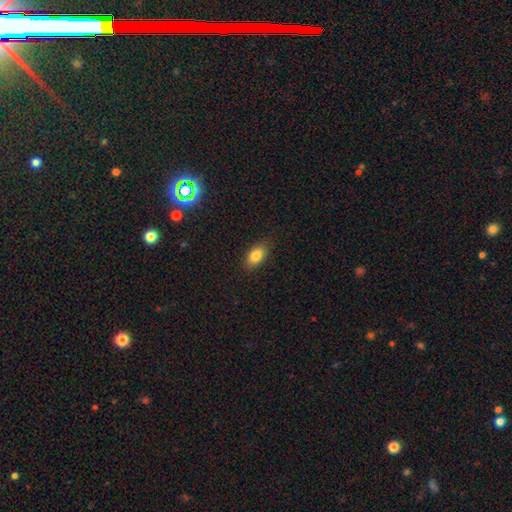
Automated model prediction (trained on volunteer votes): This is clearly a smooth galaxy (83%). How rounded: clearly in between (87%). Merging: clearly none (86%).